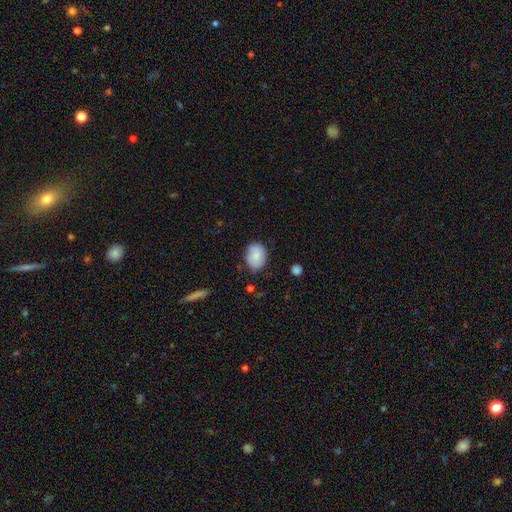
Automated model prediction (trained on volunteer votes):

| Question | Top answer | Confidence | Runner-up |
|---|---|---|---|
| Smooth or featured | smooth | 73% | featured or disk (20%) |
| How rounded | in between | 59% | round (40%) |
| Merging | none | 76% | minor disturbance (19%) |